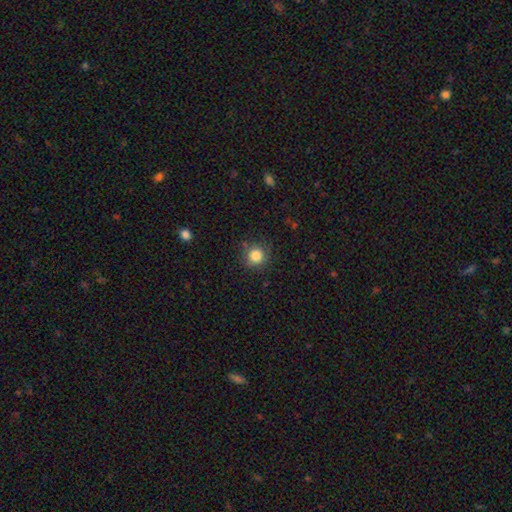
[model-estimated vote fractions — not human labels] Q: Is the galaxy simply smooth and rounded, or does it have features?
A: smooth — 84%.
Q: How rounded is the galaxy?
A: round — 92%.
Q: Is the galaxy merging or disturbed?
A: none — 81%.